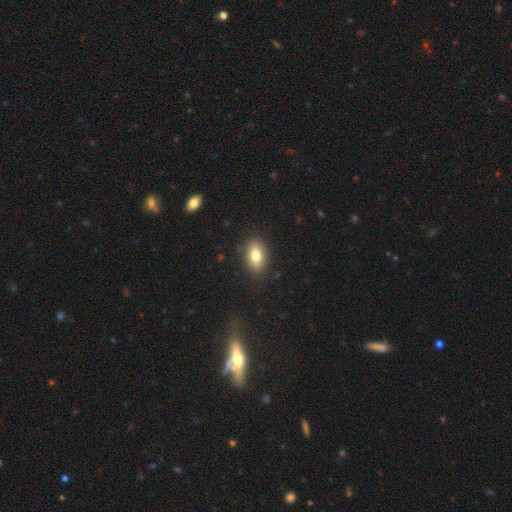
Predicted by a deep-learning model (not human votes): The model was most divided on "smooth or featured": smooth: 80%, featured or disk: 12%, star or artifact: 9%. More confident: how rounded — in between (87%); merging — none (86%).